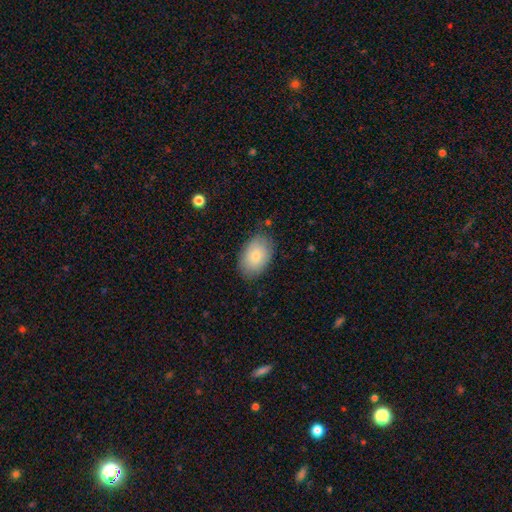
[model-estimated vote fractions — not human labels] A smooth galaxy with no disk features (78%) that is in between round and cigar-shaped (88%).

Vote fractions:
- Smooth or featured? smooth: 78% / featured or disk: 15% / star or artifact: 7%
- How rounded? in between: 88% / round: 11% / cigar-shaped: 1%
- Merging? none: 80% / minor disturbance: 15% / major disturbance: 3% / merger: 1%